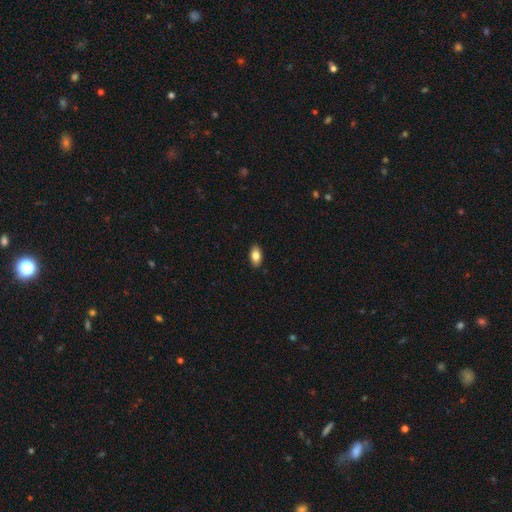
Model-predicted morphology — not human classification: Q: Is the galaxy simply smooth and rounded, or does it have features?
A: smooth — 82%.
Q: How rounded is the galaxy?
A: in between — 92%.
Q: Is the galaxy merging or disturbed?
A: none — 90%.